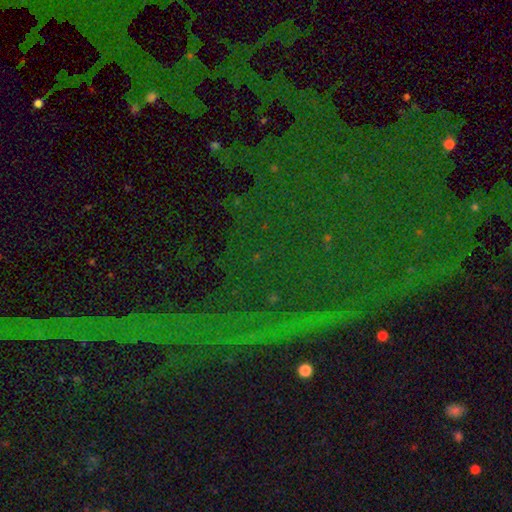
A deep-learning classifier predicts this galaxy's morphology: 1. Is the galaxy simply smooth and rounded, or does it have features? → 81% star or artifact, 11% featured or disk, 8% smooth.